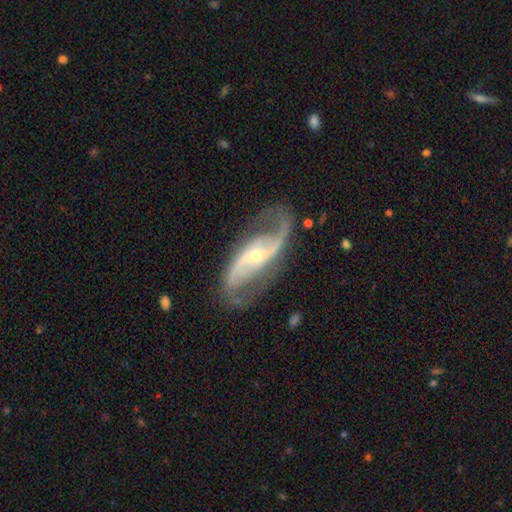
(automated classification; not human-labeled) featured or disk 90%, star or artifact 5%, smooth 5%. Down the decision tree: edge-on disk — no (95%); bar — no (46%); spiral arms — yes (97%); spiral arm count — 2 (92%); spiral winding — loose (53%); bulge size — small (67%); merging — none (75%).